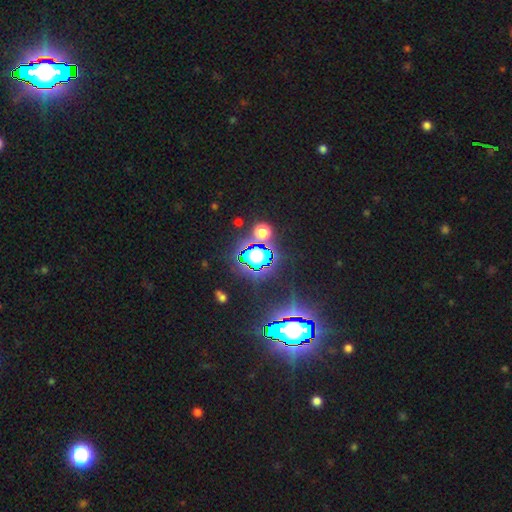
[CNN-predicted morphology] A star or artifact, not a galaxy (69%).